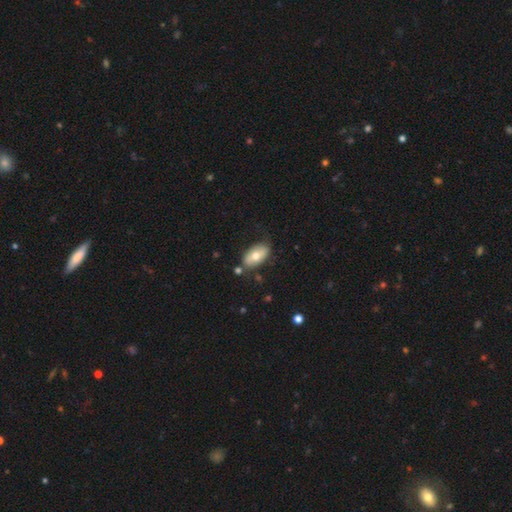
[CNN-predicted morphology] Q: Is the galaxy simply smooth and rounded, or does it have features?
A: smooth — 65%.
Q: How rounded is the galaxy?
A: in between — 93%.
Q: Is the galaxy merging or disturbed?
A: none — 71%.